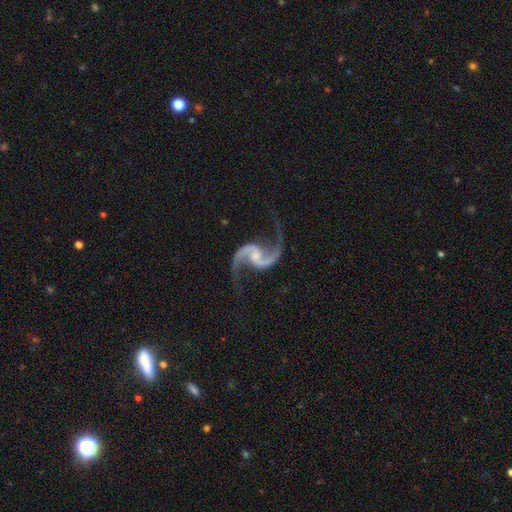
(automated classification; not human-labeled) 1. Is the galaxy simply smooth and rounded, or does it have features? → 94% featured or disk, 4% star or artifact, 2% smooth.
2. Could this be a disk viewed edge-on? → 98% no, 2% yes.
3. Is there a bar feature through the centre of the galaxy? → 43% no, 42% weak, 16% strong.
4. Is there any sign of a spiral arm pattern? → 98% yes, 2% no.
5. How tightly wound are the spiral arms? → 72% loose, 24% medium, 4% tight.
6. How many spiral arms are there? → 95% 2, 1% 1, 1% can't tell, 1% 3, 1% 4, 1% more than 4.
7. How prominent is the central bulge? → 49% small, 26% moderate, 20% none, 3% large, 1% dominant.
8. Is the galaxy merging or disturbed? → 76% none, 13% minor disturbance, 9% major disturbance, 2% merger.